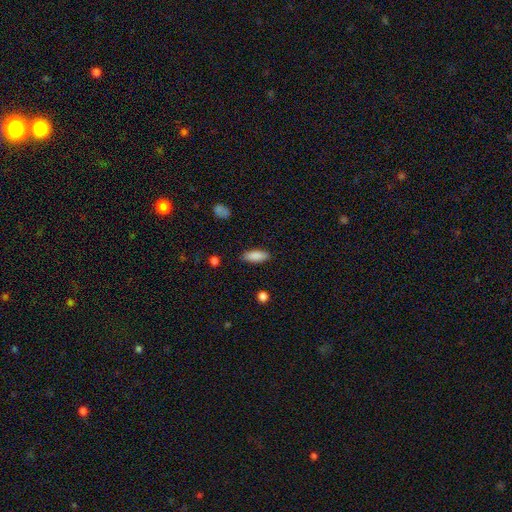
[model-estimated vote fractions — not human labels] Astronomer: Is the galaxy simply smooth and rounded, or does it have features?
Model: smooth — 88%.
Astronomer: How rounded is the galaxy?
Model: in between — 76%.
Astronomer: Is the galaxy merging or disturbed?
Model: none — 86%.